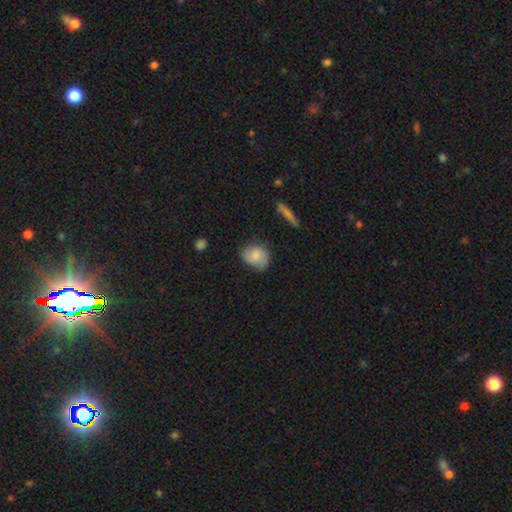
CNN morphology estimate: Smooth or featured? Predicted: smooth (p=0.73). How rounded? Predicted: in between (p=0.49, tied with round). Merging? Predicted: none (p=0.63).